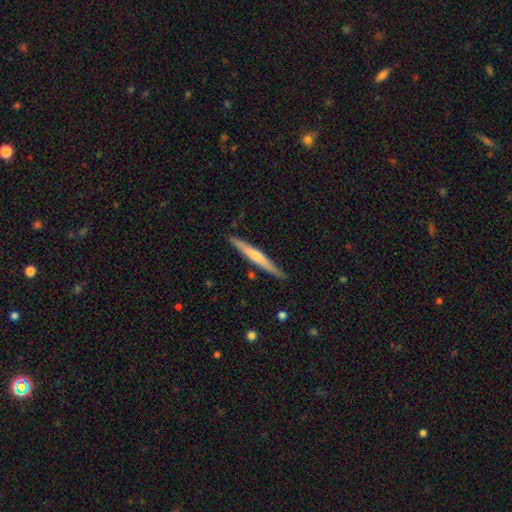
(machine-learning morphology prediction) Smooth or featured? featured or disk (49%)
Merging? none (88%)